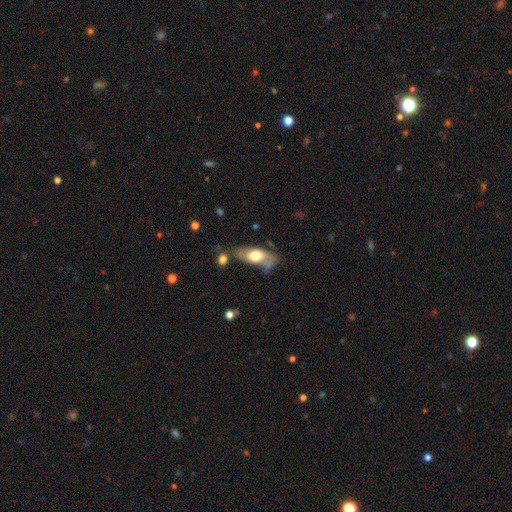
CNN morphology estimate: A smooth galaxy with no disk features (61%) that is in between round and cigar-shaped (82%). Merging: none (54%).